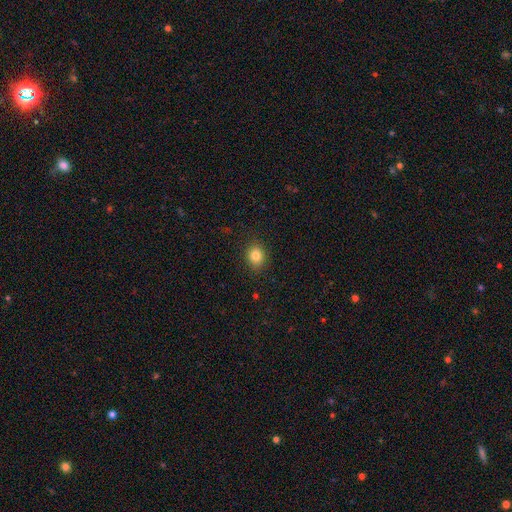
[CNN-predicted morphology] smooth_or_featured: smooth (p=0.83) [alt: star or artifact p=0.11]
how_rounded: round (p=0.60) [alt: in between p=0.39]
merging: none (p=0.88) [alt: minor disturbance p=0.09]